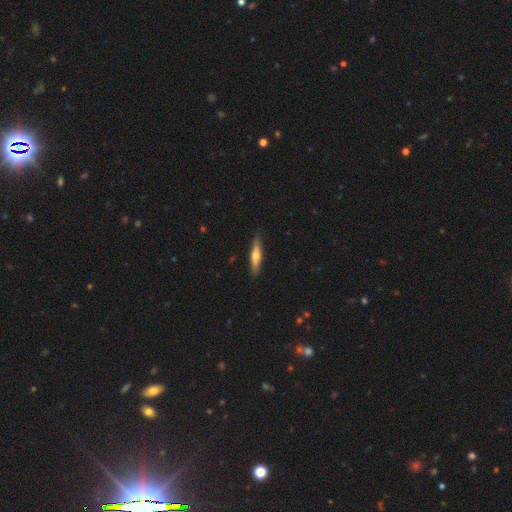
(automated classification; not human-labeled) Smooth or featured? smooth (50%)
Merging? none (88%)